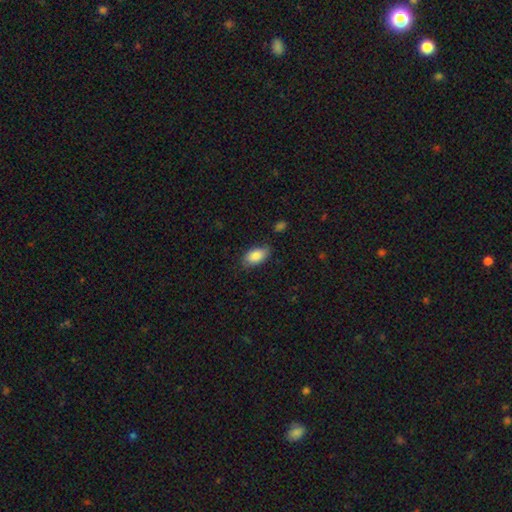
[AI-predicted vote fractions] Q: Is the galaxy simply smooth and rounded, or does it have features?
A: smooth — 86%.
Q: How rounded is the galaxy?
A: in between — 93%.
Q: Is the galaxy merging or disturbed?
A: none — 76%.